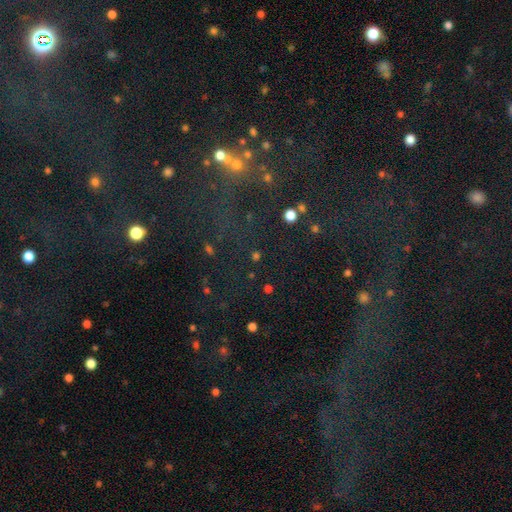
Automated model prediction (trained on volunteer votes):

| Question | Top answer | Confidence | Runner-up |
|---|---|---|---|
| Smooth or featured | star or artifact | 58% | smooth (31%) |